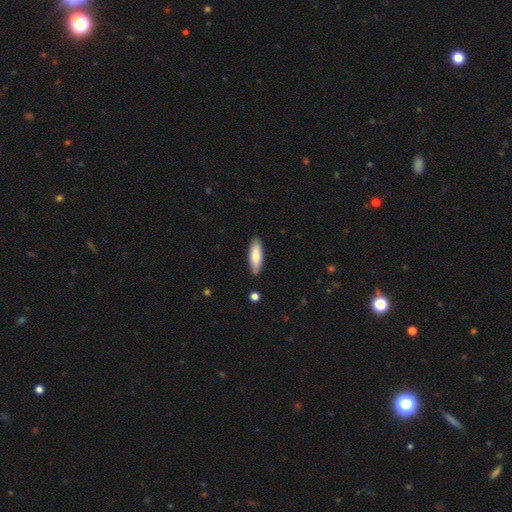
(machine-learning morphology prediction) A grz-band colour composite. It shows a smooth galaxy with no disk features (81%) that is in between round and cigar-shaped (54%). Merging: none (86%).